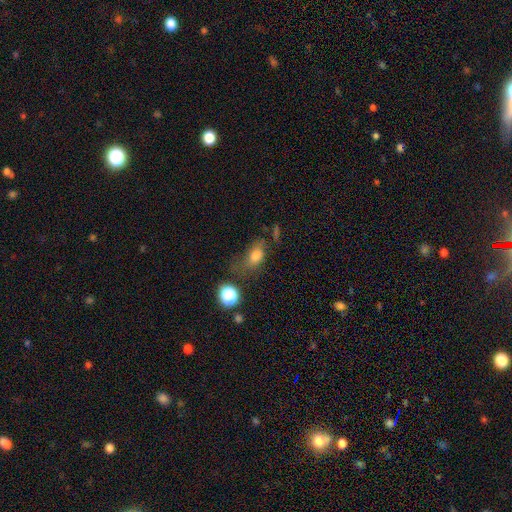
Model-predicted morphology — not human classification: Smooth or featured?
  - smooth: 73% *
  - star or artifact: 14%
  - featured or disk: 13%
How rounded?
  - in between: 77% *
  - round: 20%
  - cigar-shaped: 3%
Merging?
  - none: 42% *
  - minor disturbance: 27%
  - major disturbance: 23%
  - merger: 8%